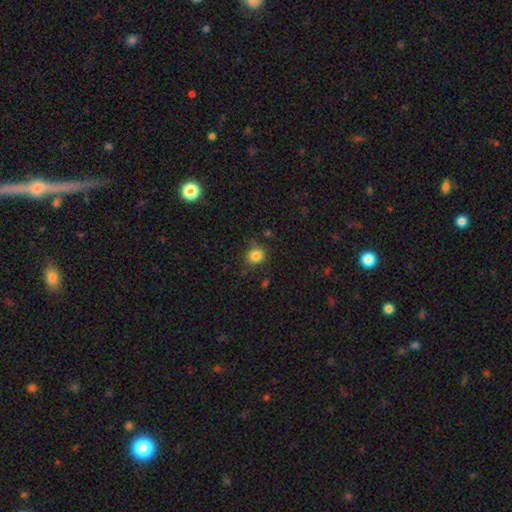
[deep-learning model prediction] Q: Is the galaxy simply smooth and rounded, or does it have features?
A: smooth — 83%.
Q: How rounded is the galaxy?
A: round — 83%.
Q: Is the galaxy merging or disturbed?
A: none — 77%.